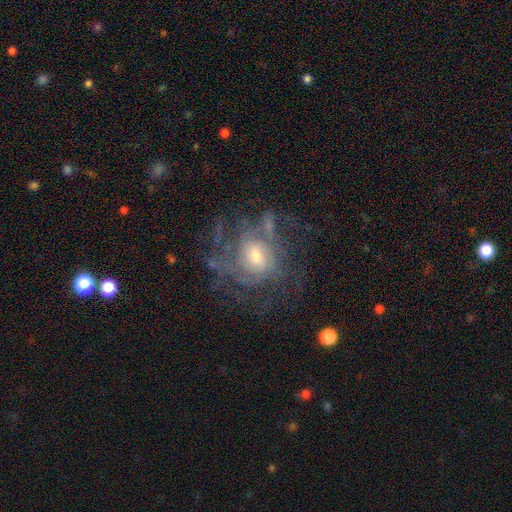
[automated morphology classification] type=featured or disk (76%); edge-on=no (97%); bar=no (63%); spiral arms=yes (82%); winding=tight (45%); arm count=can't tell (48%); bulge=moderate (49%); merging=none (53%).